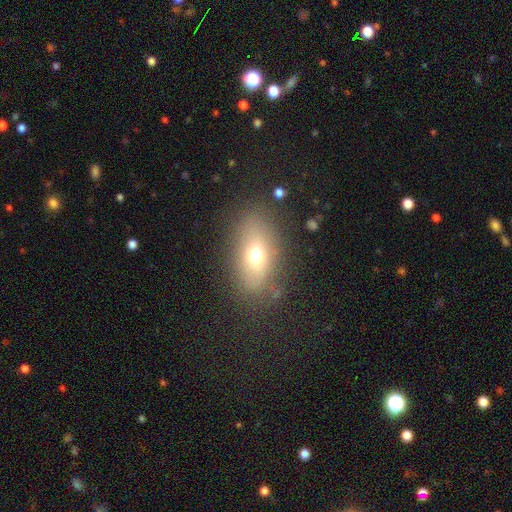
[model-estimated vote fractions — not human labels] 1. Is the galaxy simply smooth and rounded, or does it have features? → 64% smooth, 23% featured or disk, 14% star or artifact.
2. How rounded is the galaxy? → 80% in between, 16% round, 4% cigar-shaped.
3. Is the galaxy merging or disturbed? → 75% none, 15% minor disturbance, 8% major disturbance, 2% merger.